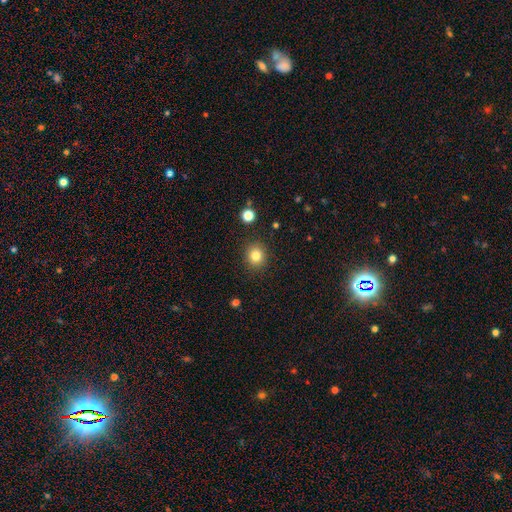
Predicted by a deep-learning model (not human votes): Smooth or featured? smooth (82%)
How rounded? round (86%)
Merging? none (90%)